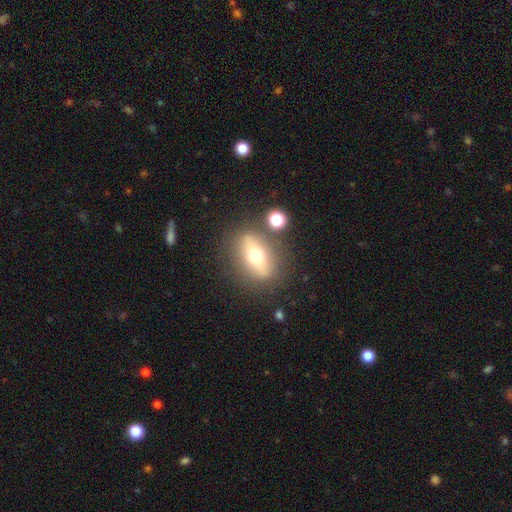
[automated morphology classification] Smooth or featured? smooth (46%)
Merging? none (78%)